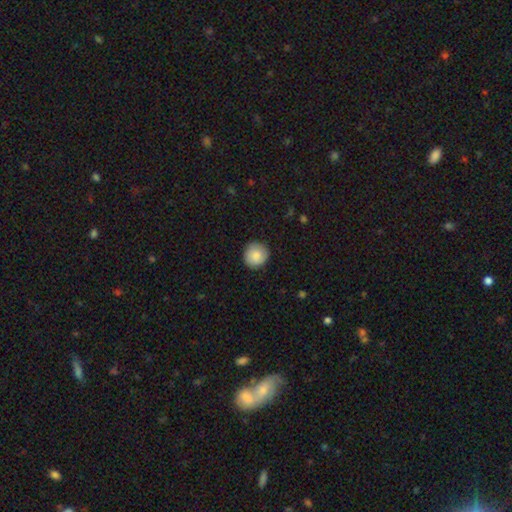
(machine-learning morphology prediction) Smooth or featured?
  - smooth: 85% *
  - featured or disk: 8%
  - star or artifact: 7%
How rounded?
  - round: 93% *
  - in between: 6%
  - cigar-shaped: 1%
Merging?
  - none: 88% *
  - minor disturbance: 9%
  - major disturbance: 2%
  - merger: 1%